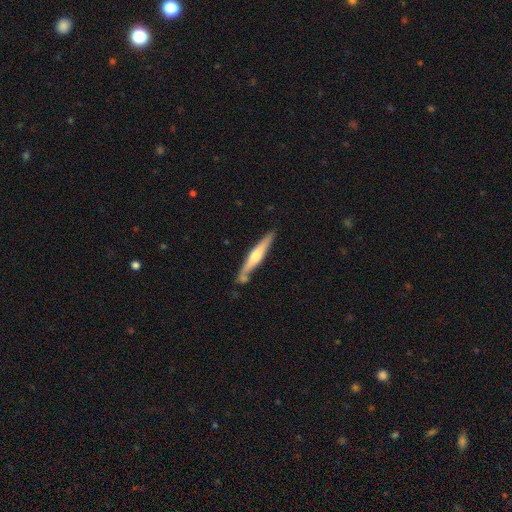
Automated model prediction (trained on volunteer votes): A featured or disk galaxy (57%) viewed edge-on (95%) with a rounded central bulge (80%).

Vote fractions:
- Smooth or featured? featured or disk: 57% / smooth: 38% / star or artifact: 5%
- Edge-on disk? yes: 95% / no: 5%
- Edge-on bulge? rounded: 80% / none: 10% / boxy: 10%
- Merging? none: 74% / minor disturbance: 15% / merger: 9% / major disturbance: 3%